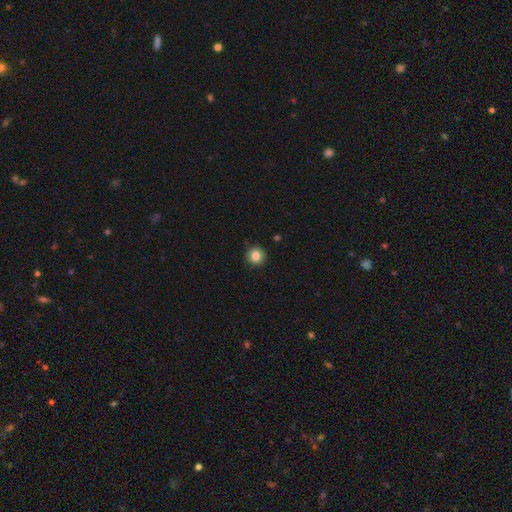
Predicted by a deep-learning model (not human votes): Q: Smooth or featured?
A: smooth (84%); runner-up: star or artifact (10%)
Q: How rounded?
A: round (91%); runner-up: in between (8%)
Q: Merging?
A: none (91%); runner-up: minor disturbance (6%)